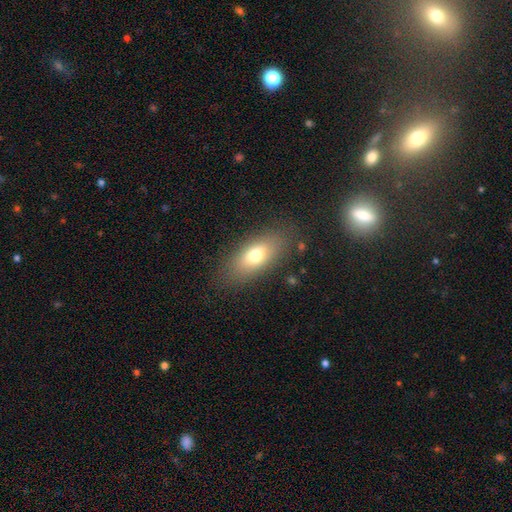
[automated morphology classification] Smooth or featured?
  - smooth: 70% *
  - featured or disk: 20%
  - star or artifact: 9%
How rounded?
  - in between: 82% *
  - cigar-shaped: 12%
  - round: 6%
Merging?
  - none: 81% *
  - minor disturbance: 12%
  - major disturbance: 5%
  - merger: 1%